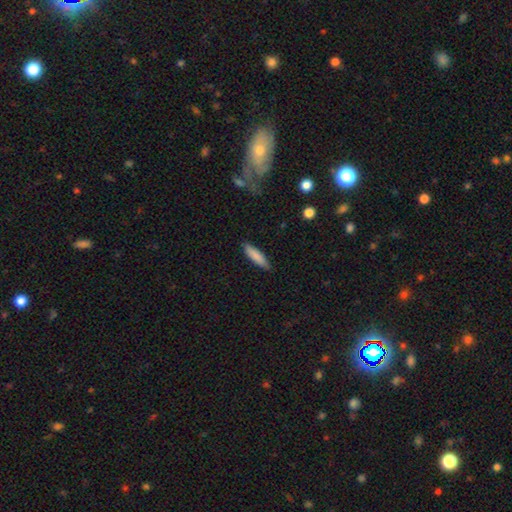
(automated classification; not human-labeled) This appears to be a smooth galaxy with no disk features (84%) that is cigar-shaped (74%). Merging: none (86%).